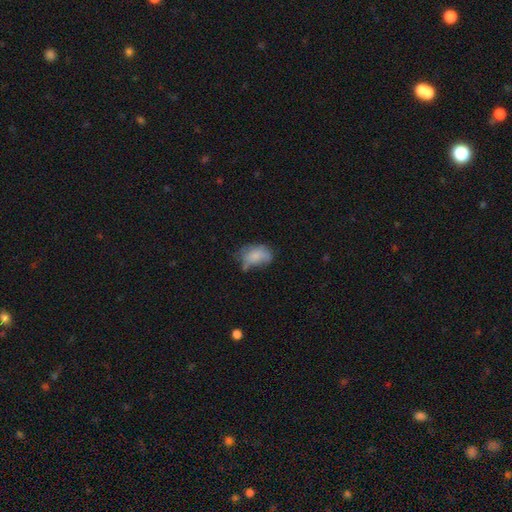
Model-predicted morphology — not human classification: Smooth or featured? Predicted: smooth (p=0.71). How rounded? Predicted: in between (p=0.87). Merging? Predicted: minor disturbance (p=0.36).